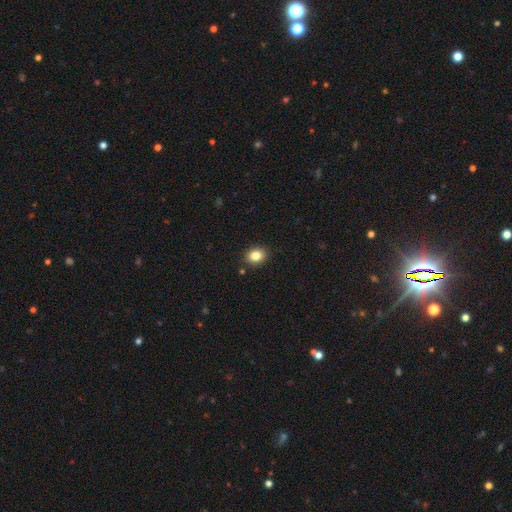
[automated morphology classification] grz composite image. It shows a smooth galaxy with no disk features (84%) that is in between round and cigar-shaped (51%). Merging: none (88%).